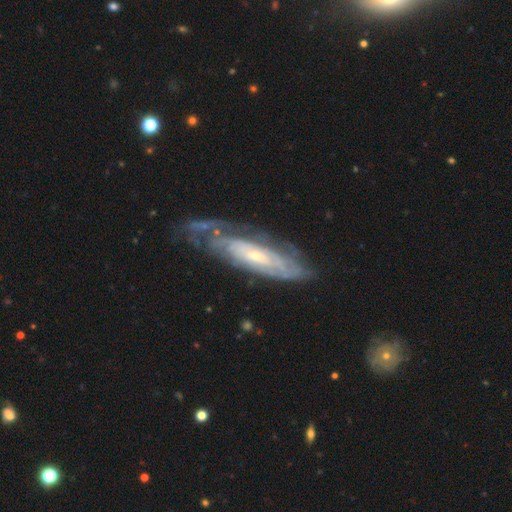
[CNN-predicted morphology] This appears to be a featured or disk galaxy (81%) with no bar (67%), tight (72%) spiral arms (87%) and a small central bulge (69%). Merging: none (60%).